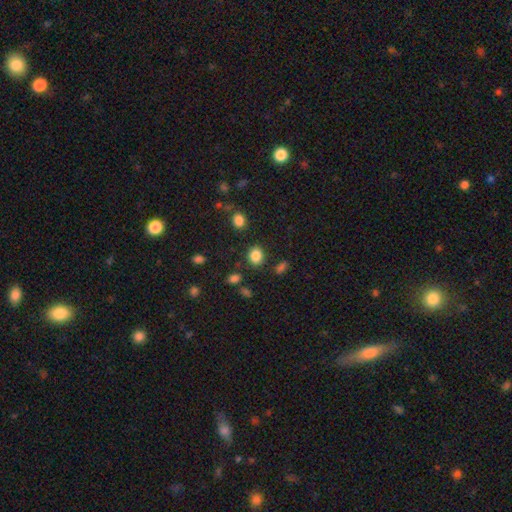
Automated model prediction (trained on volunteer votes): Smooth or featured? Predicted: smooth (p=0.85). How rounded? Predicted: in between (p=0.51). Merging? Predicted: none (p=0.82).